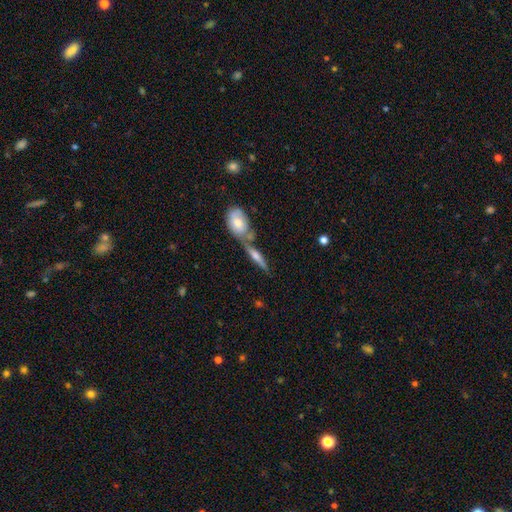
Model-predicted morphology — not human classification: featured or disk 50%, smooth 42%, star or artifact 7%. Down the decision tree: edge-on disk — yes (83%); merging — merger (44%).